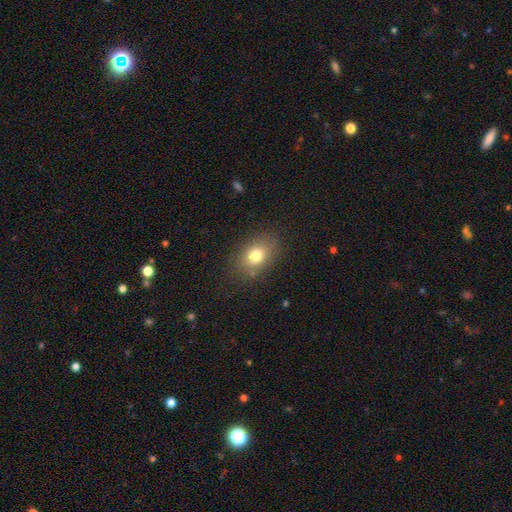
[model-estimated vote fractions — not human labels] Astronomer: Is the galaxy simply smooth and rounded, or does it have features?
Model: smooth — 76%.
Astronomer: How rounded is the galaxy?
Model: in between — 70%.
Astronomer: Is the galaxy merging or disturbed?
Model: none — 82%.